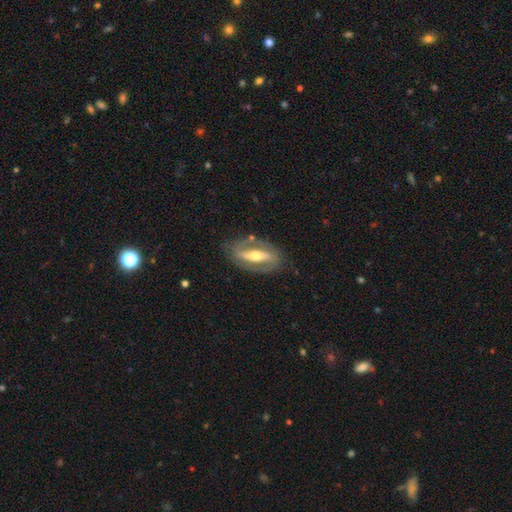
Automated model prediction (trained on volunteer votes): Morphology: type=featured or disk (81%); edge-on=no (86%); bar=strong (67%); spiral arms=yes (79%); winding=medium (45%); arm count=2 (86%); bulge=moderate (65%); merging=none (78%).